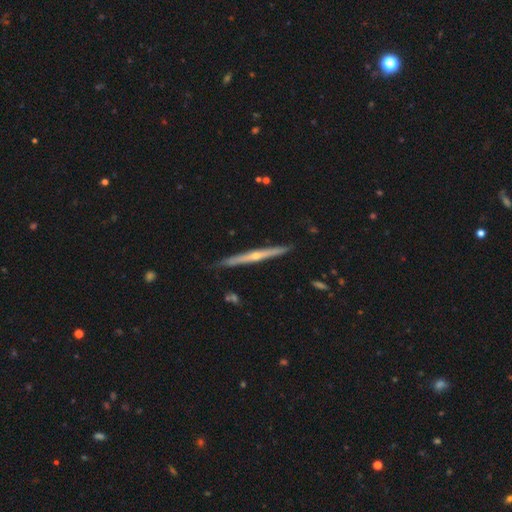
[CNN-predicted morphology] type=featured or disk (78%); edge-on=yes (98%); edge-on bulge=rounded (78%); merging=none (88%).